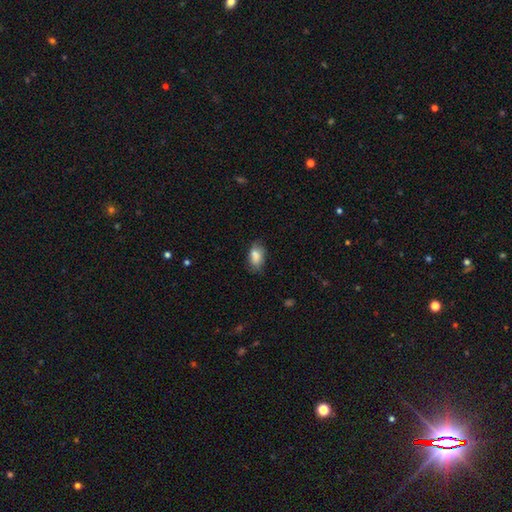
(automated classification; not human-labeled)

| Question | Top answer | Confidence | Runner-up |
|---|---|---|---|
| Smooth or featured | smooth | 84% | featured or disk (9%) |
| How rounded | in between | 91% | round (7%) |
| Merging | none | 71% | minor disturbance (23%) |